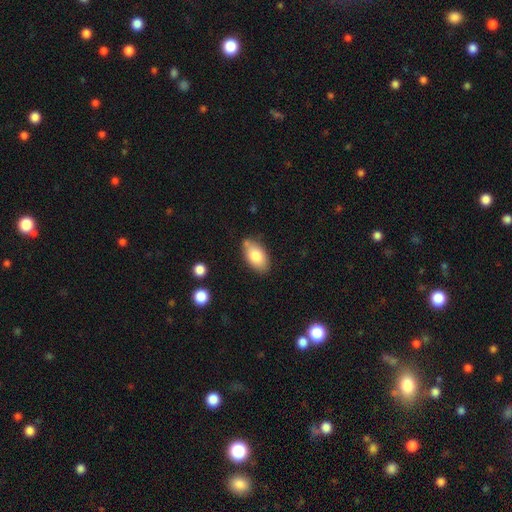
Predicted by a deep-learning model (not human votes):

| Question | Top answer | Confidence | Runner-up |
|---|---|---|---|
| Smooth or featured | smooth | 81% | featured or disk (13%) |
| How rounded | in between | 93% | round (4%) |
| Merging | none | 75% | minor disturbance (17%) |